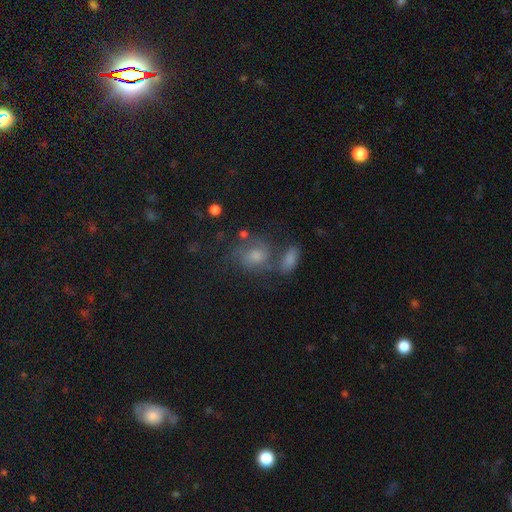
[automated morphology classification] Smooth or featured?
  - star or artifact: 43% *
  - smooth: 34%
  - featured or disk: 23%